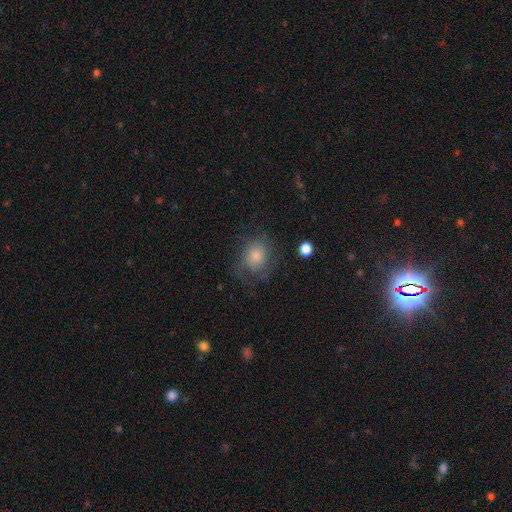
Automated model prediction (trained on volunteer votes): smooth 54%, featured or disk 33%, star or artifact 13%. Down the decision tree: how rounded — round (62%); merging — none (58%).